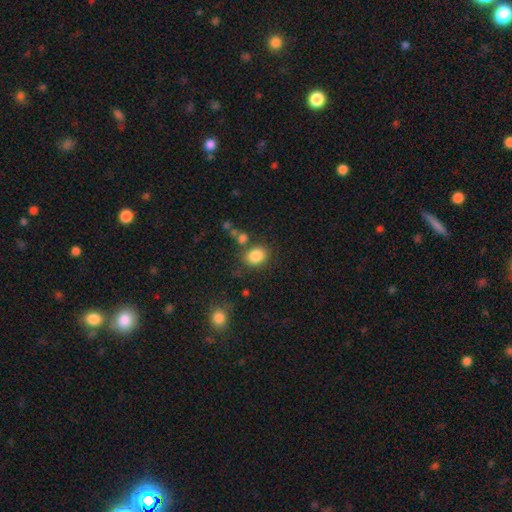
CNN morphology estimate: Smooth or featured?
  - smooth: 84% *
  - star or artifact: 10%
  - featured or disk: 6%
How rounded?
  - round: 57% *
  - in between: 42%
  - cigar-shaped: 1%
Merging?
  - none: 73% *
  - minor disturbance: 12%
  - merger: 10%
  - major disturbance: 5%